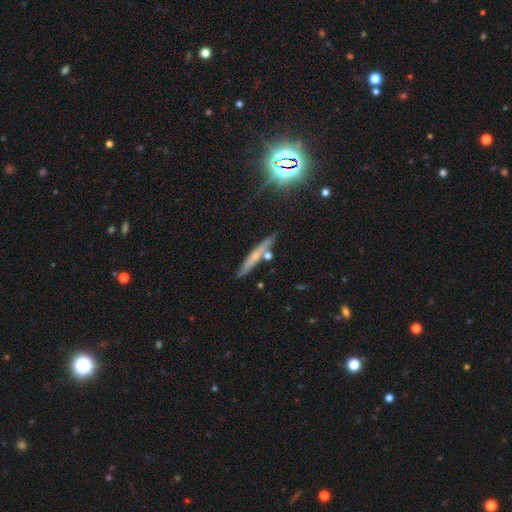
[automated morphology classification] smooth_or_featured: smooth (p=0.46) [alt: featured or disk p=0.40]
merging: none (p=0.78) [alt: minor disturbance p=0.11]